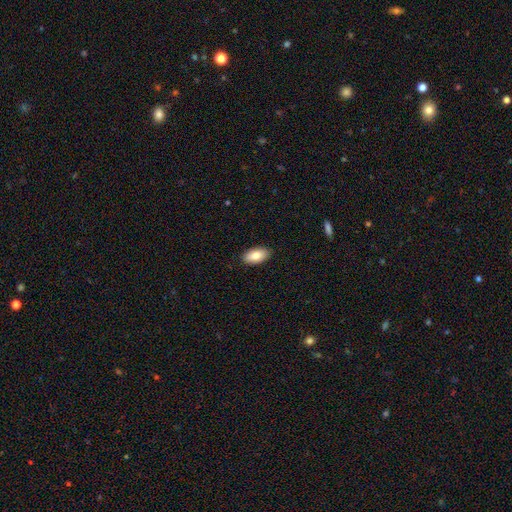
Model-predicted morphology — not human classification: smooth-or-featured: smooth: 81% | featured or disk: 12% | star or artifact: 6%
  how-rounded: in between: 94% | cigar-shaped: 3% | round: 3%
  merging: none: 90% | minor disturbance: 8% | major disturbance: 2% | merger: 1%